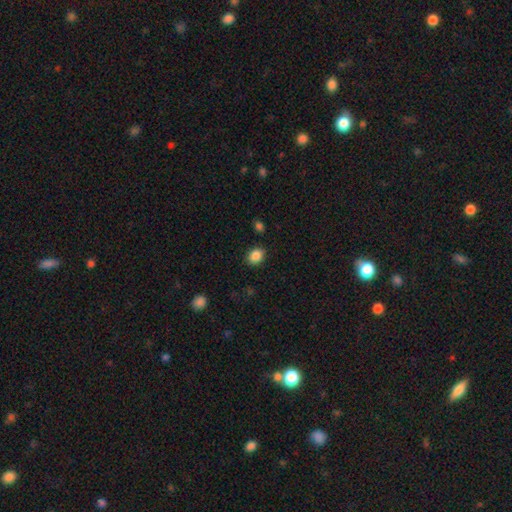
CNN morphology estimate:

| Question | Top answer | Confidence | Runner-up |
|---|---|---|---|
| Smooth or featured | smooth | 87% | star or artifact (9%) |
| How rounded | in between | 53% | round (46%) |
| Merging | none | 86% | minor disturbance (10%) |